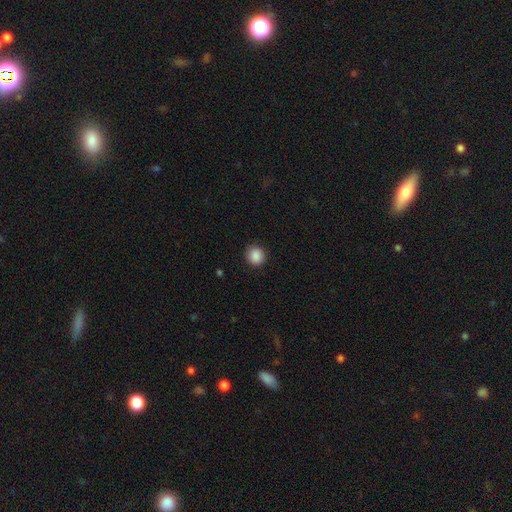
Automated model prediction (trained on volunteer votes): The model was most divided on "how rounded": round: 87%, in between: 12%, cigar-shaped: 1%. More confident: merging — none (89%); smooth or featured — smooth (89%).